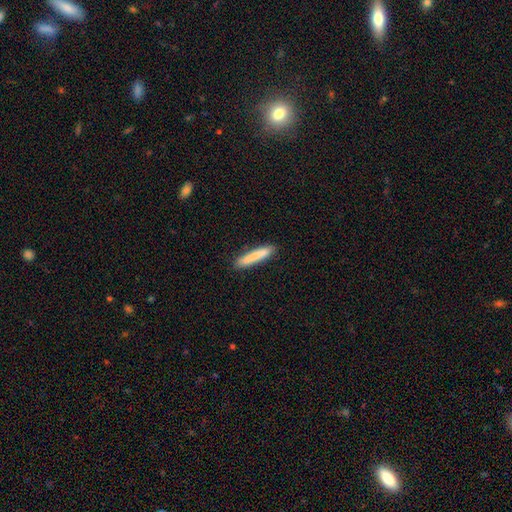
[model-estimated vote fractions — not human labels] A smooth galaxy with no disk features (80%) that is cigar-shaped (92%). Merging: none (87%).